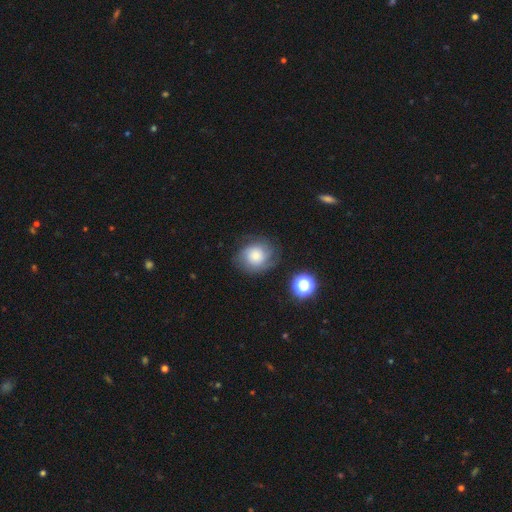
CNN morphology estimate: Overall: smooth (55%; featured or disk 34%). How rounded: round (74%). Merging: none (70%).